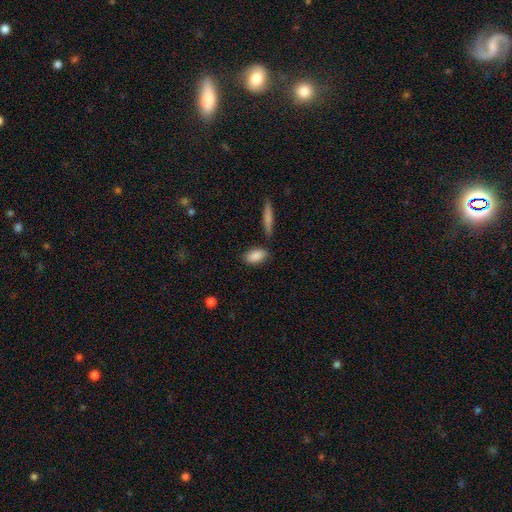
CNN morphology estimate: Q: Smooth or featured?
A: smooth (88%); runner-up: featured or disk (6%)
Q: How rounded?
A: in between (89%); runner-up: cigar-shaped (7%)
Q: Merging?
A: none (78%); runner-up: minor disturbance (12%)